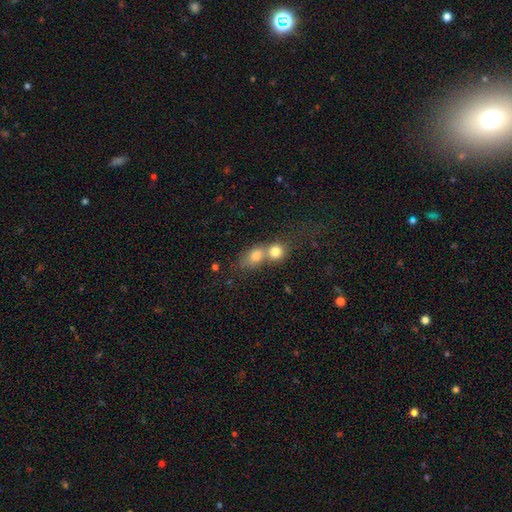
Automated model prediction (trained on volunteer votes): The model was most divided on "how rounded": round: 50%, in between: 48%, cigar-shaped: 3%. More confident: smooth or featured — smooth (76%); merging — merger (66%).